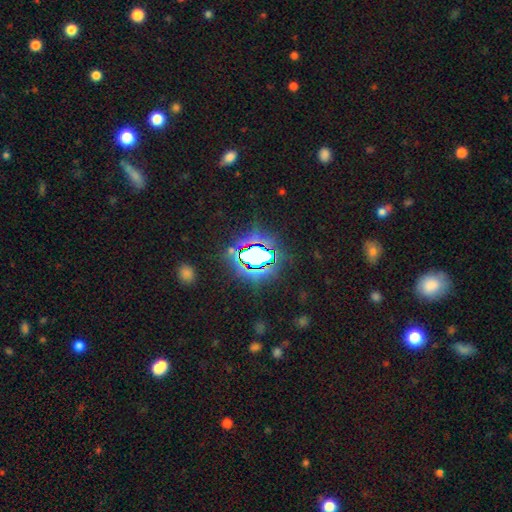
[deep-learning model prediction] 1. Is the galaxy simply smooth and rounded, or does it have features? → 72% star or artifact, 17% smooth, 10% featured or disk.